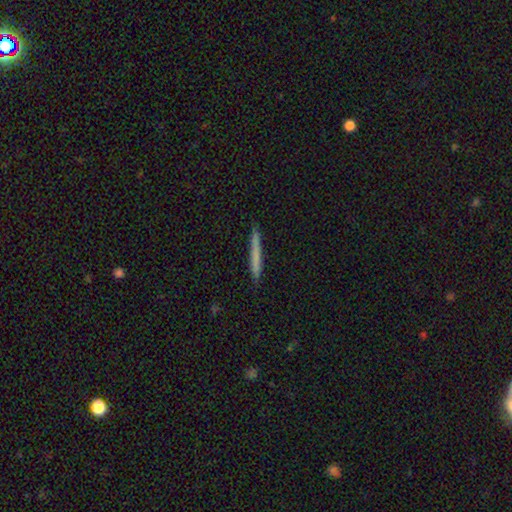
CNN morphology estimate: This is likely a smooth galaxy (69%). How rounded: clearly cigar-shaped (97%). Merging: clearly none (89%).